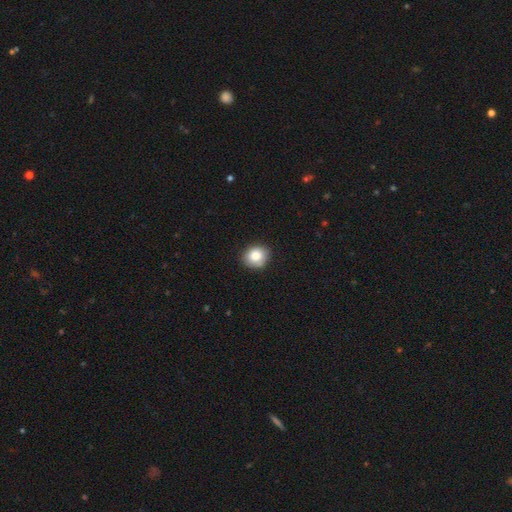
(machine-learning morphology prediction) Smooth or featured? smooth (82%)
How rounded? round (74%)
Merging? none (82%)